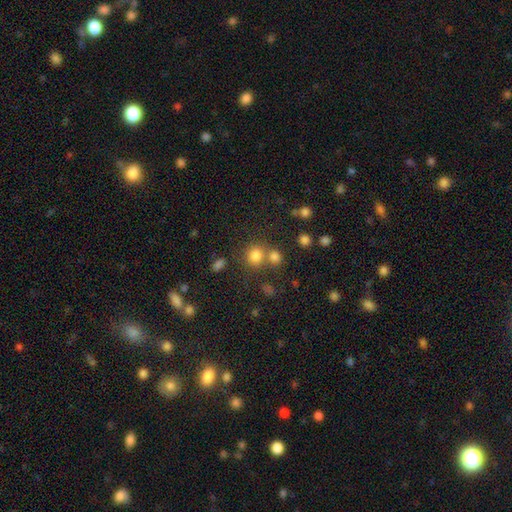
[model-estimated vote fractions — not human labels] smooth 79%, star or artifact 14%, featured or disk 7%. Down the decision tree: how rounded — round (83%); merging — none (60%).